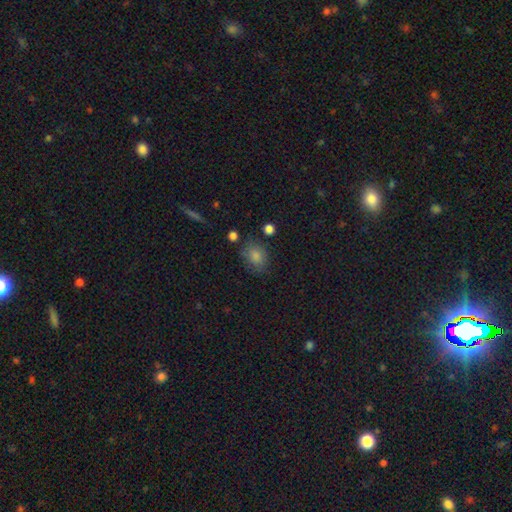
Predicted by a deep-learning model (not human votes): Overall: smooth (82%). How rounded: round (55%; in between 44%). Merging: none (69%).